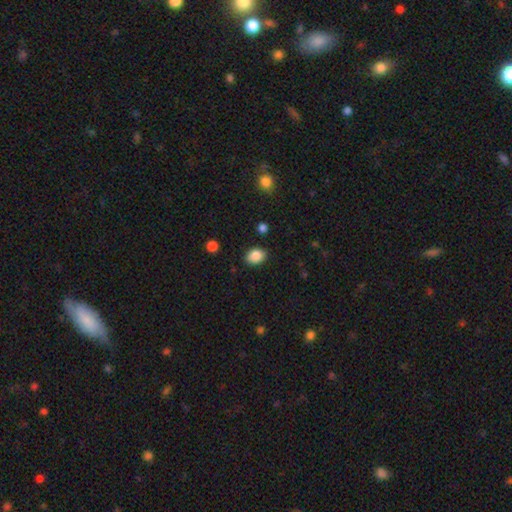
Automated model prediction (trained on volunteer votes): This is clearly a smooth galaxy (86%). How rounded: likely in between (67%). Merging: clearly none (85%).